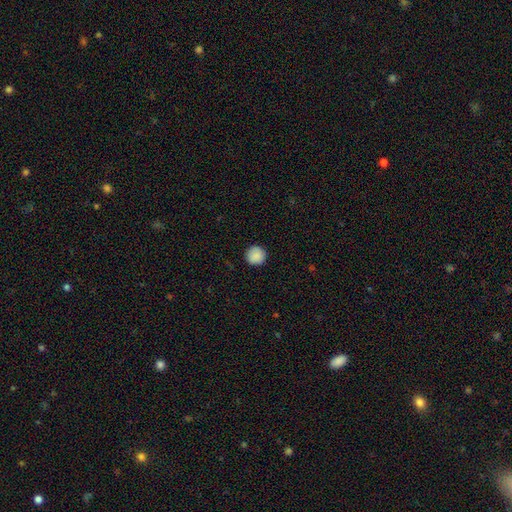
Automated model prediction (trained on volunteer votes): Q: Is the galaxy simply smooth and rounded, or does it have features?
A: smooth — 89%.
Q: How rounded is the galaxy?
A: round — 94%.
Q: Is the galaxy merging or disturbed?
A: none — 90%.